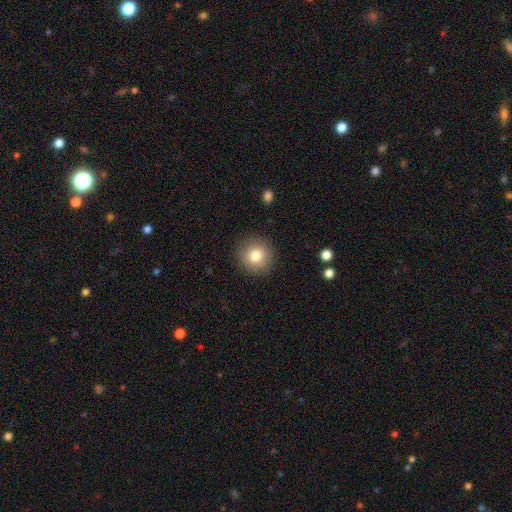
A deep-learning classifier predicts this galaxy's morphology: smooth_or_featured: smooth (p=0.80) [alt: star or artifact p=0.10]
how_rounded: round (p=0.93) [alt: in between p=0.06]
merging: none (p=0.90) [alt: minor disturbance p=0.07]